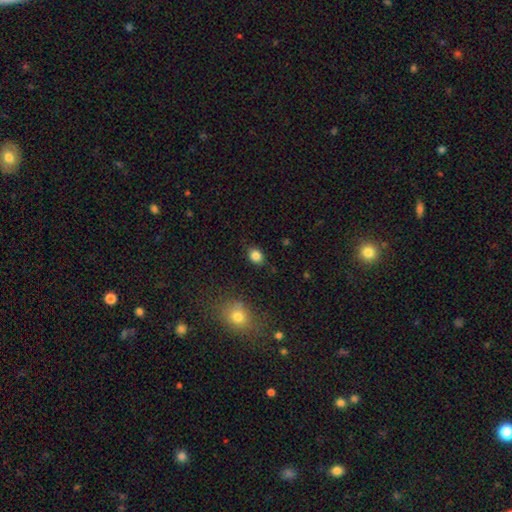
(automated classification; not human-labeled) Smooth or featured: smooth — 84% (star or artifact — 11%)
How rounded: in between — 54% (round — 45%)
Merging: none — 86% (minor disturbance — 10%)